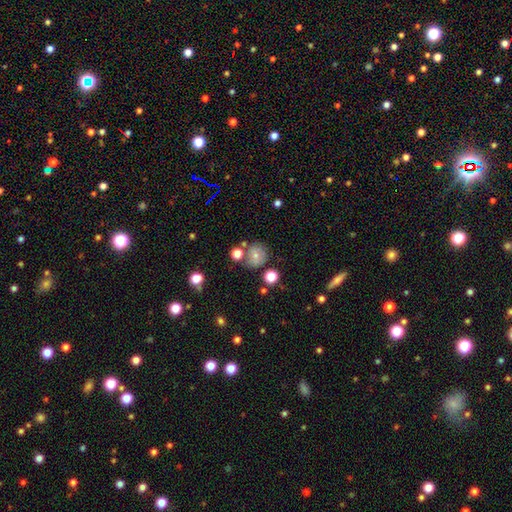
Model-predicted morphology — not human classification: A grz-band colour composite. It shows a smooth galaxy with no disk features (66%) that is round (85%). Merging: none (67%).